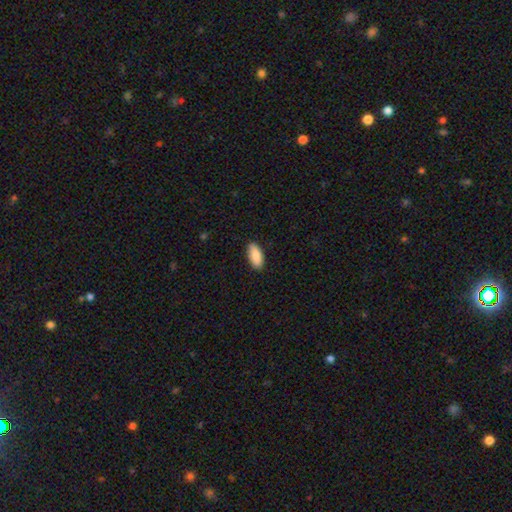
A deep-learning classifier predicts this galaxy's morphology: This is clearly a smooth galaxy (89%). How rounded: clearly in between (89%). Merging: clearly none (88%).